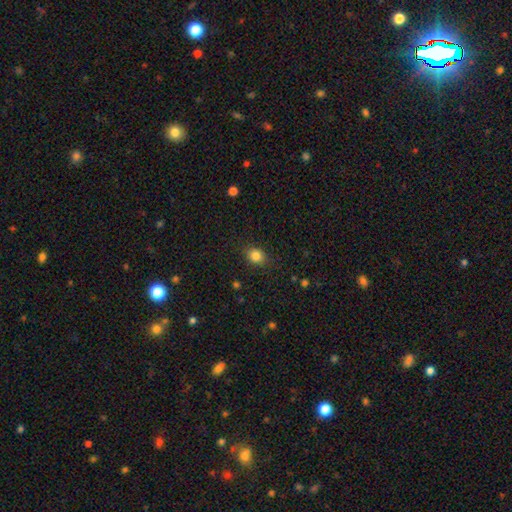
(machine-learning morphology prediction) Smooth or featured: smooth — 84% (star or artifact — 11%)
How rounded: round — 53% (in between — 46%)
Merging: none — 85% (minor disturbance — 11%)